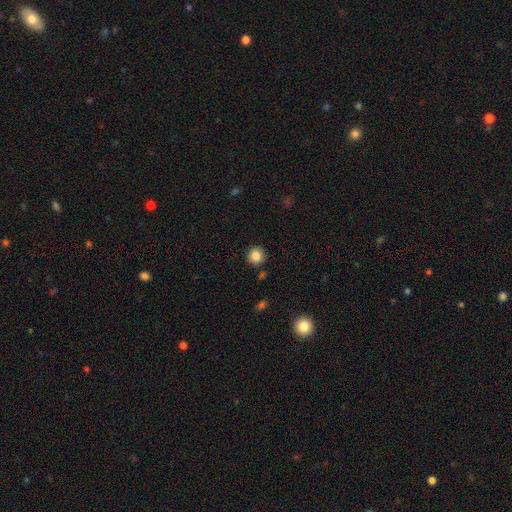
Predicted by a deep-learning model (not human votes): This appears to be a smooth galaxy with no disk features (85%) that is round (93%). Merging: none (89%).